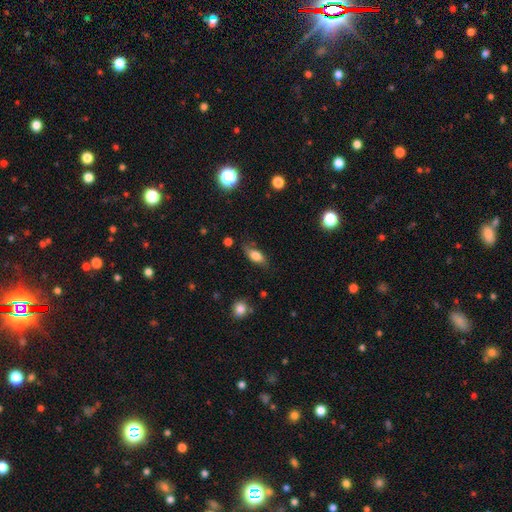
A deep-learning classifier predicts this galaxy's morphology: smooth 74%, featured or disk 18%, star or artifact 8%. Down the decision tree: how rounded — in between (81%); merging — none (72%).